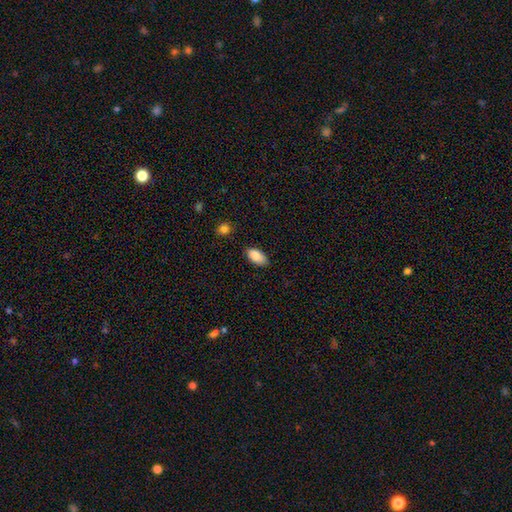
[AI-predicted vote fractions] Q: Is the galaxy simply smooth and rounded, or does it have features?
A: smooth — 88%.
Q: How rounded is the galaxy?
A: in between — 94%.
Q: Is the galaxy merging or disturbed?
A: none — 81%.